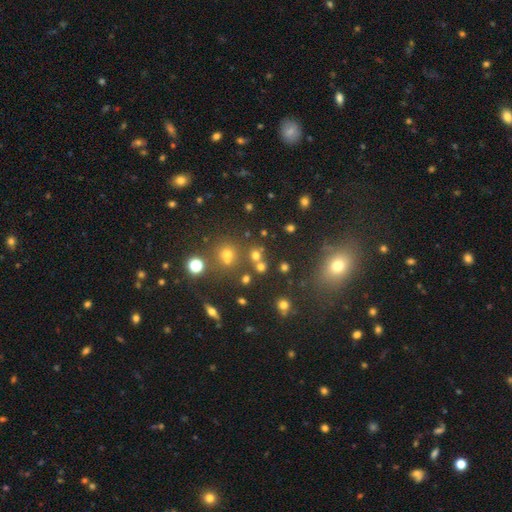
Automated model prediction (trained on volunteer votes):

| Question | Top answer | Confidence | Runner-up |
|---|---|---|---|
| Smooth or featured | smooth | 60% | star or artifact (29%) |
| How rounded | round | 87% | in between (12%) |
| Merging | none | 67% | merger (21%) |